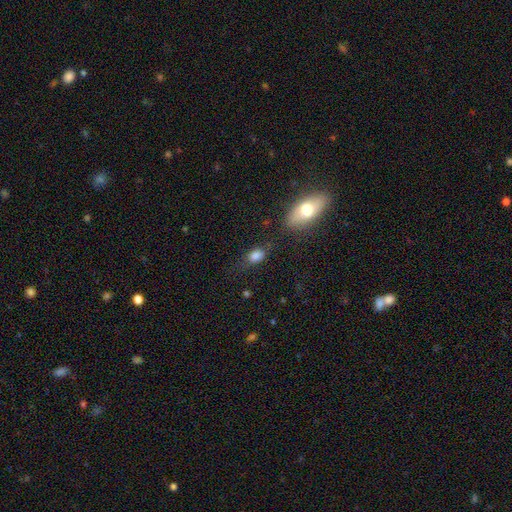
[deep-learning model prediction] Morphology: type=smooth (80%); roundness=in between (82%); merging=none (65%).